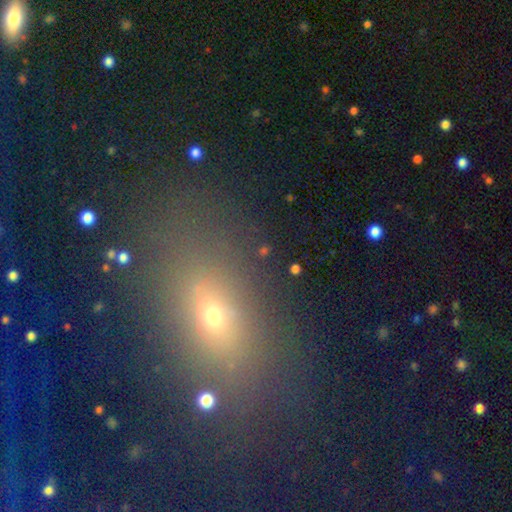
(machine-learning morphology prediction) Overall: smooth (48%; star or artifact 37%). Merging: none (77%).